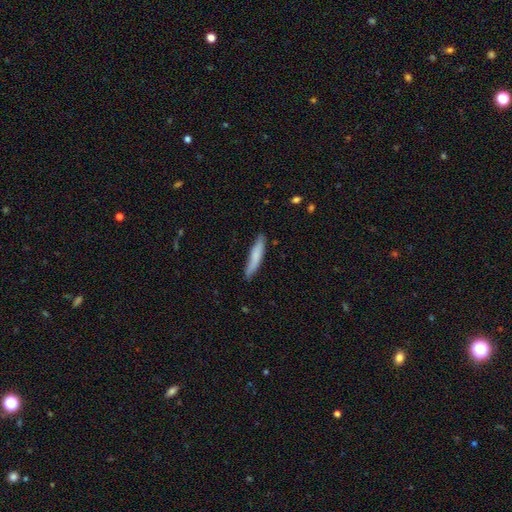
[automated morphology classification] This is likely a smooth galaxy (77%). How rounded: clearly cigar-shaped (89%). Merging: clearly none (81%).